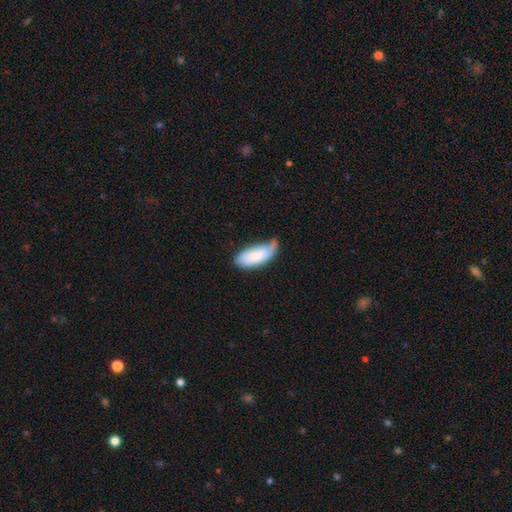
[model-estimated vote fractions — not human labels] Overall: smooth (73%). How rounded: in between (89%). Merging: minor disturbance (42%; none 37%).